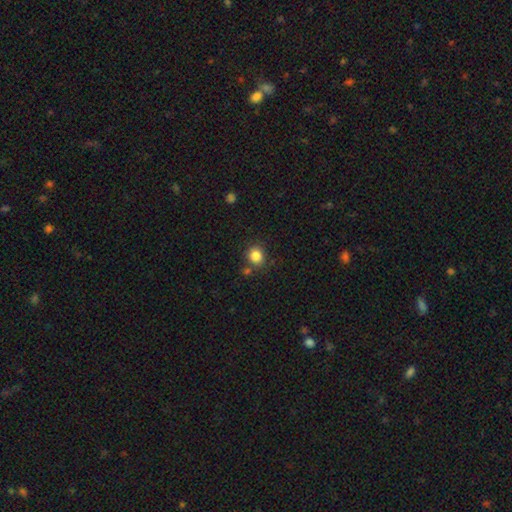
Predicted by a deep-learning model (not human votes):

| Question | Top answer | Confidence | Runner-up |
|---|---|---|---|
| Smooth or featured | smooth | 85% | star or artifact (11%) |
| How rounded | round | 79% | in between (20%) |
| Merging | none | 78% | minor disturbance (11%) |